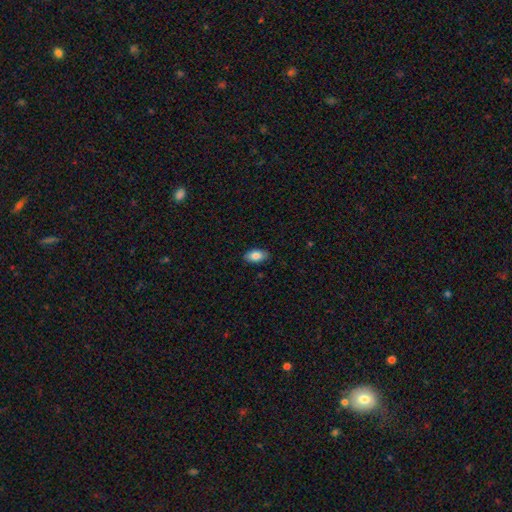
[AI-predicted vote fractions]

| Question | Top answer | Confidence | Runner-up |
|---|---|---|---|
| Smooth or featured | smooth | 84% | featured or disk (9%) |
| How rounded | in between | 92% | round (5%) |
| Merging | none | 87% | minor disturbance (10%) |